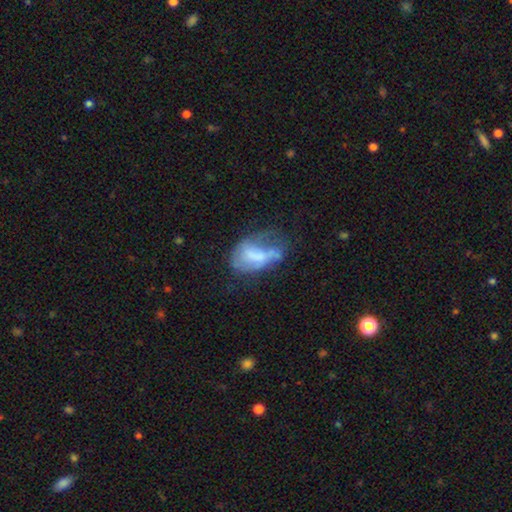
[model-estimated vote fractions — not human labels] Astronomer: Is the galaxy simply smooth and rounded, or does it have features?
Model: smooth — 45% (runner-up: featured or disk, 44%).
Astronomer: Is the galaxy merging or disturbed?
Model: major disturbance — 36% (runner-up: minor disturbance, 26%).